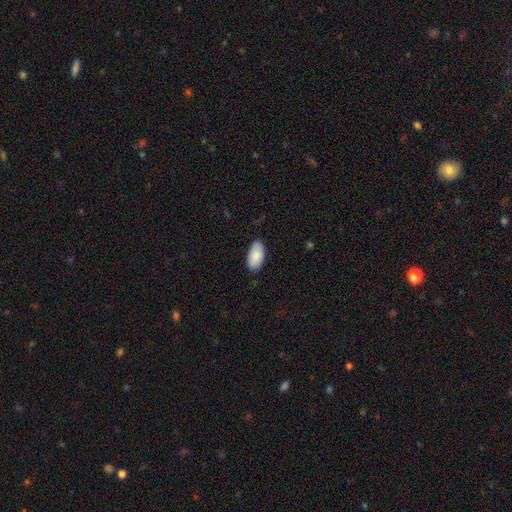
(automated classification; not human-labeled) Smooth or featured?
  - smooth: 88% *
  - star or artifact: 6%
  - featured or disk: 6%
How rounded?
  - in between: 96% *
  - round: 2%
  - cigar-shaped: 2%
Merging?
  - none: 84% *
  - minor disturbance: 13%
  - major disturbance: 2%
  - merger: 1%